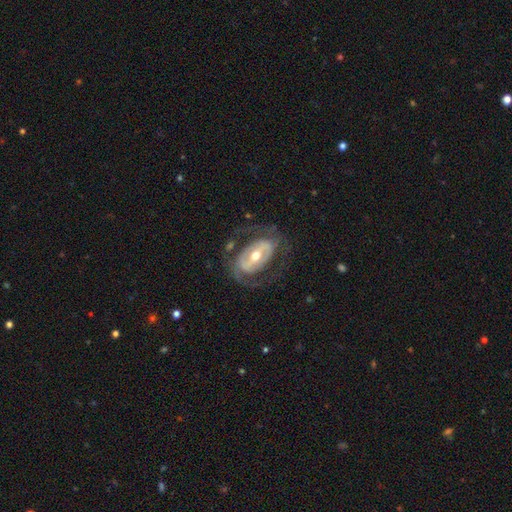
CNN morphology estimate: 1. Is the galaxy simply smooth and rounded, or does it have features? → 81% featured or disk, 14% smooth, 5% star or artifact.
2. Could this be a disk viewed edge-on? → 94% no, 6% yes.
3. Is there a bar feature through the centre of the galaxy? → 48% strong, 32% weak, 21% no.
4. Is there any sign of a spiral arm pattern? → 68% yes, 32% no.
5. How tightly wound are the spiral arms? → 43% medium, 32% tight, 25% loose.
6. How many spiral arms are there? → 77% 2, 14% can't tell, 4% 1, 3% 3, 1% 4, 1% more than 4.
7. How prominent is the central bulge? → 68% moderate, 25% small, 5% large, 1% dominant, 1% none.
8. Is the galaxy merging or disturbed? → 65% none, 18% major disturbance, 15% minor disturbance, 2% merger.